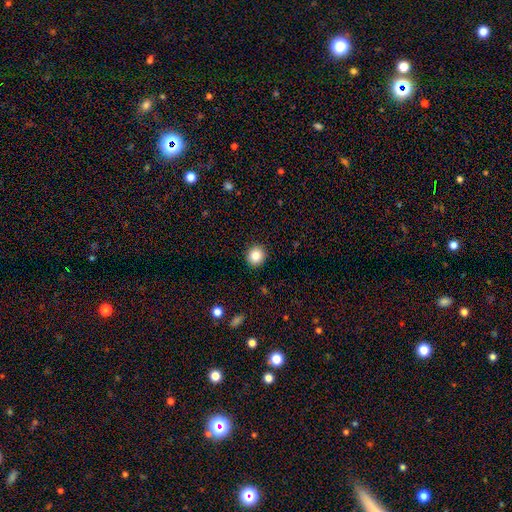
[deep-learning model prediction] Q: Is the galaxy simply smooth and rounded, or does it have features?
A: smooth — 85%.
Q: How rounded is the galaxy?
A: round — 90%.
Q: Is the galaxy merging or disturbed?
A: none — 92%.